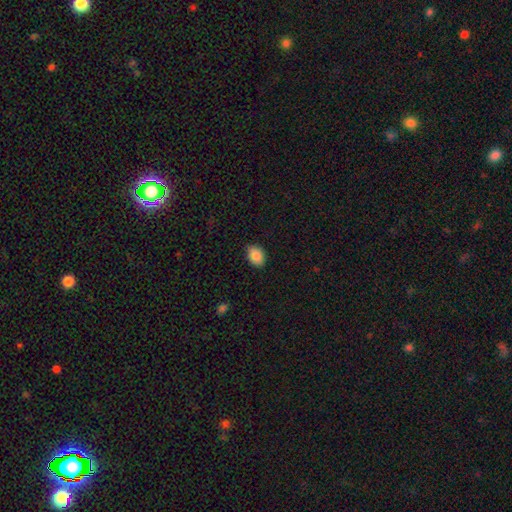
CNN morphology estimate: A smooth galaxy with no disk features (89%) that is in between round and cigar-shaped (77%). Merging: none (84%).